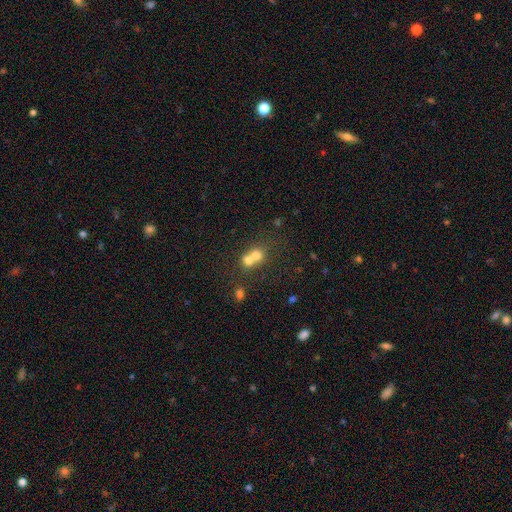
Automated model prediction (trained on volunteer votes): Smooth or featured?
  - smooth: 69% *
  - featured or disk: 17%
  - star or artifact: 14%
How rounded?
  - round: 78% *
  - in between: 21%
  - cigar-shaped: 1%
Merging?
  - merger: 67% *
  - none: 25%
  - minor disturbance: 5%
  - major disturbance: 3%